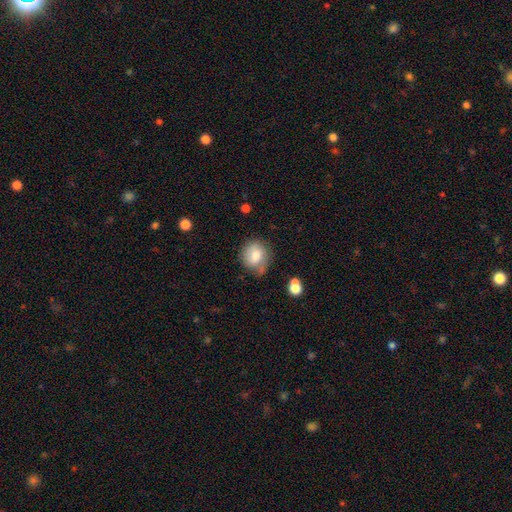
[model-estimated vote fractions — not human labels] smooth 75%, featured or disk 16%, star or artifact 9%. Down the decision tree: how rounded — round (78%); merging — none (64%).